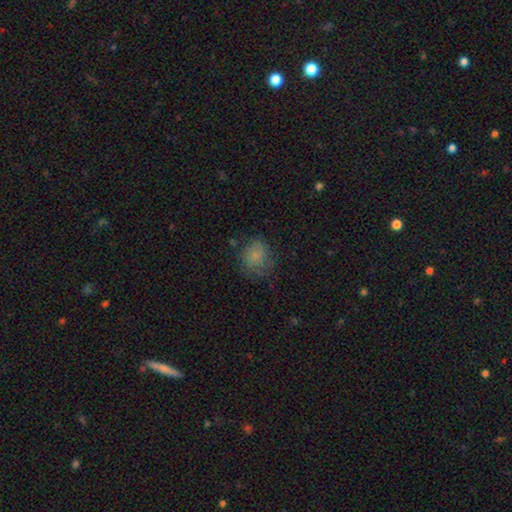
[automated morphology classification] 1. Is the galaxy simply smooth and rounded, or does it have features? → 74% smooth, 14% featured or disk, 12% star or artifact.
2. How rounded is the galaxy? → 74% round, 25% in between, 1% cigar-shaped.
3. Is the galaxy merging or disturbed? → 66% none, 21% minor disturbance, 11% major disturbance, 2% merger.